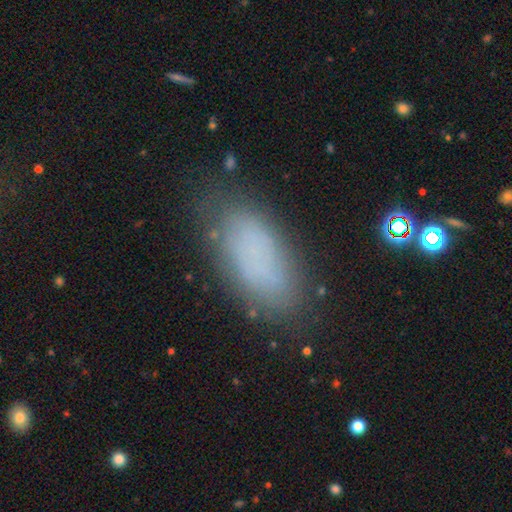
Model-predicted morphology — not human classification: smooth 75%, featured or disk 14%, star or artifact 11%. Down the decision tree: how rounded — in between (89%); merging — none (76%).